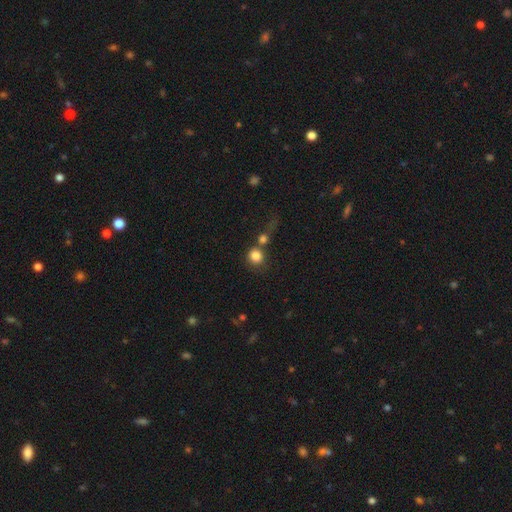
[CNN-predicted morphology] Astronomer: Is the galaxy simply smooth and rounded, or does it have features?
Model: smooth — 82%.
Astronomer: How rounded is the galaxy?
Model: round — 88%.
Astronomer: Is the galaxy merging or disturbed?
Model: none — 49% (runner-up: merger, 34%).